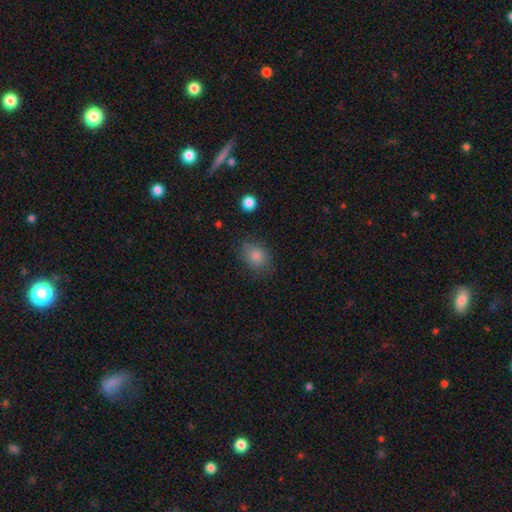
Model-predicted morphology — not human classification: Smooth or featured? smooth (80%)
How rounded? in between (54%)
Merging? none (77%)